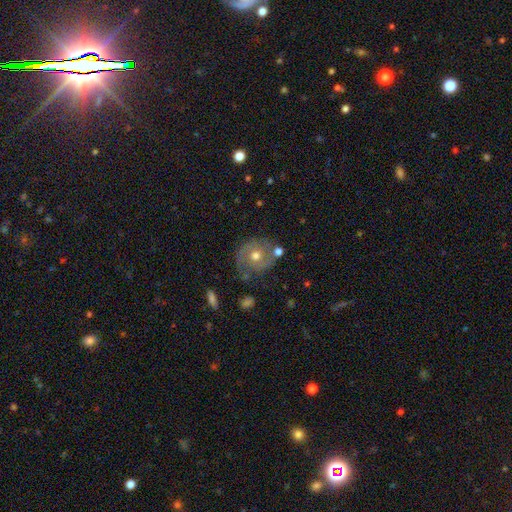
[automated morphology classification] Q: Smooth or featured?
A: featured or disk (62%); runner-up: smooth (29%)
Q: Edge-on disk?
A: no (96%); runner-up: yes (4%)
Q: Bar?
A: no (79%); runner-up: weak (16%)
Q: Spiral arms?
A: yes (73%); runner-up: no (27%)
Q: Bulge size?
A: moderate (78%); runner-up: small (16%)
Q: Merging?
A: none (70%); runner-up: minor disturbance (17%)